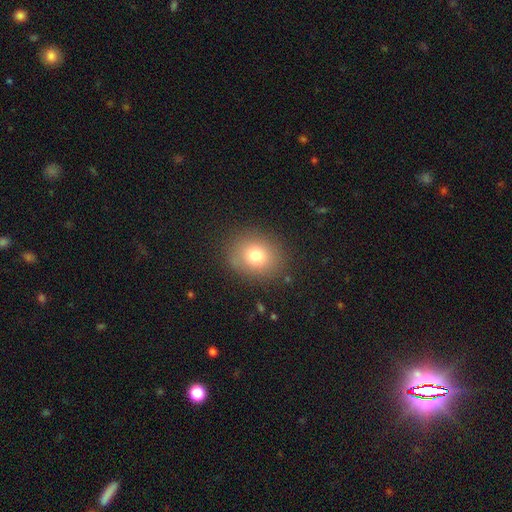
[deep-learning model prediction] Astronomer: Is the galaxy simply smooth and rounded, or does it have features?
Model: smooth — 77%.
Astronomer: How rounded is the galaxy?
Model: round — 70%.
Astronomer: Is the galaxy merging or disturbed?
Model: none — 86%.